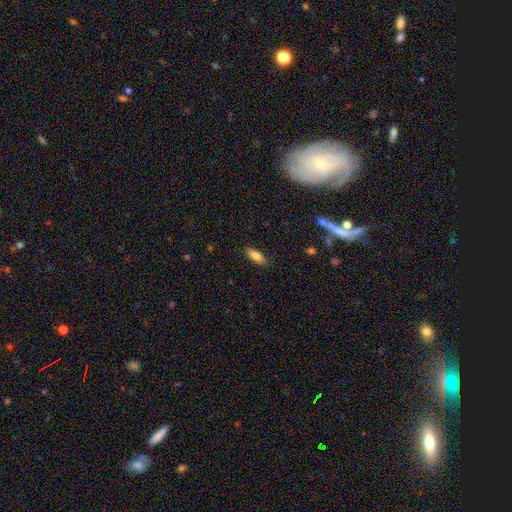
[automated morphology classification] The model was most divided on "how rounded": in between: 66%, cigar-shaped: 32%, round: 2%. More confident: merging — none (87%); smooth or featured — smooth (82%).